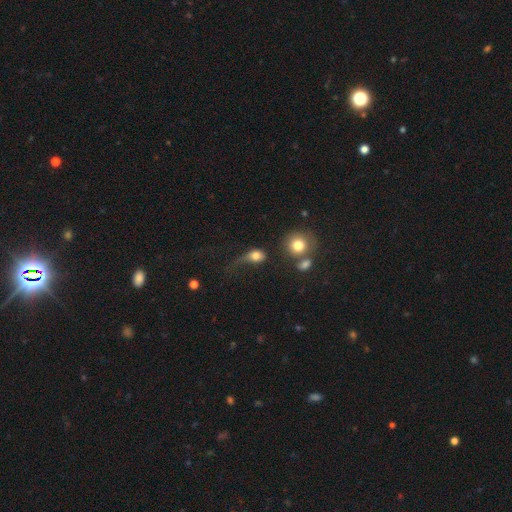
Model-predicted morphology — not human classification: A smooth galaxy with no disk features (72%) that is in between round and cigar-shaped (50%).

Vote fractions:
- Smooth or featured? smooth: 72% / featured or disk: 18% / star or artifact: 10%
- How rounded? in between: 50% / round: 46% / cigar-shaped: 3%
- Merging? major disturbance: 49% / minor disturbance: 21% / none: 21% / merger: 9%